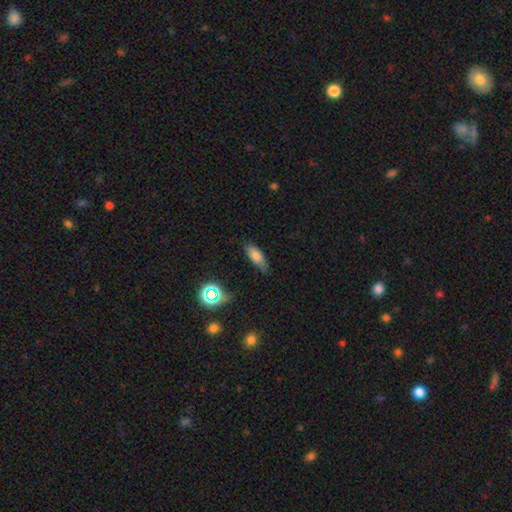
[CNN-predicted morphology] smooth_or_featured: smooth (p=0.74) [alt: featured or disk p=0.14]
how_rounded: in between (p=0.65) [alt: cigar-shaped p=0.32]
merging: none (p=0.74) [alt: minor disturbance p=0.20]